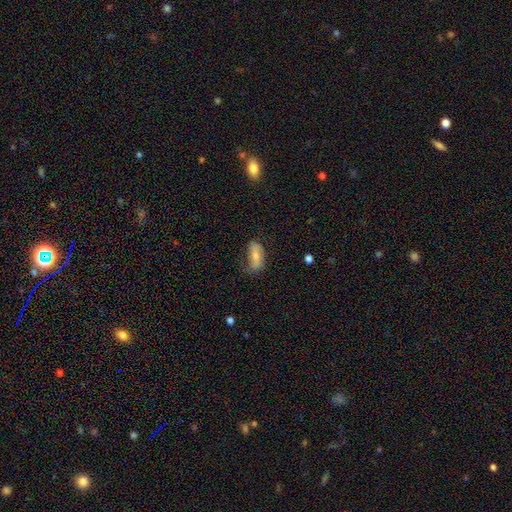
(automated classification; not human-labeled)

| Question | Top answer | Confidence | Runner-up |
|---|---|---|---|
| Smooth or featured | smooth | 57% | featured or disk (36%) |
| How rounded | in between | 86% | cigar-shaped (10%) |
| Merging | none | 60% | minor disturbance (28%) |